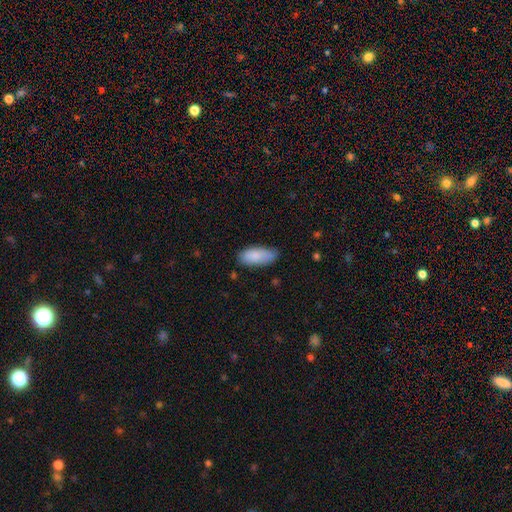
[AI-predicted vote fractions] Smooth or featured?
  - smooth: 86% *
  - featured or disk: 8%
  - star or artifact: 6%
How rounded?
  - in between: 87% *
  - cigar-shaped: 11%
  - round: 2%
Merging?
  - none: 70% *
  - minor disturbance: 25%
  - major disturbance: 4%
  - merger: 2%